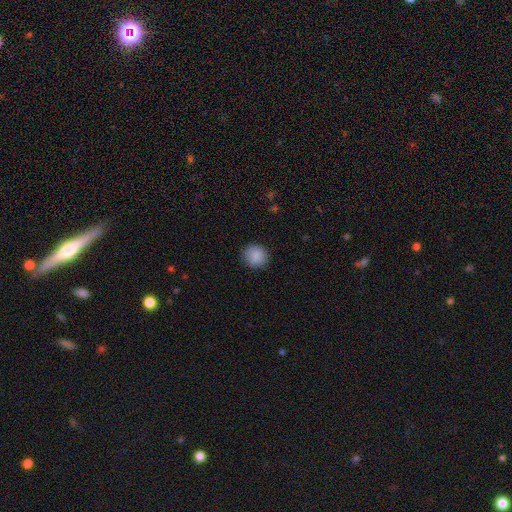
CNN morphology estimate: This appears to be a smooth galaxy with no disk features (88%) that is round (89%). Merging: none (85%).